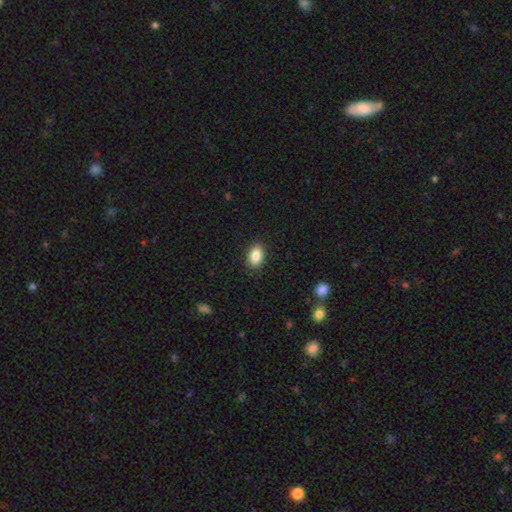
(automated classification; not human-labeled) This is clearly a smooth galaxy (88%). How rounded: clearly in between (86%). Merging: clearly none (89%).